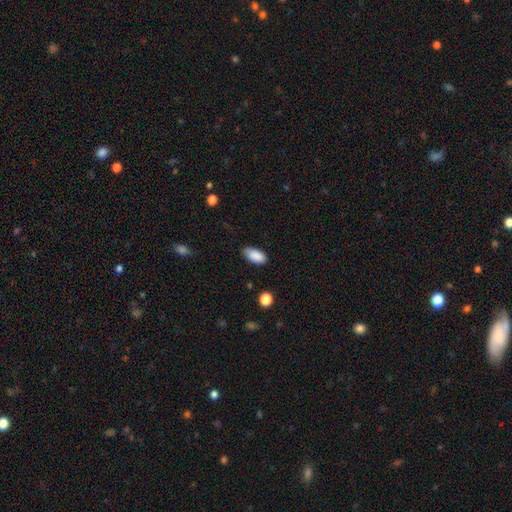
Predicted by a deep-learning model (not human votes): Overall: smooth (89%). How rounded: in between (93%). Merging: none (79%).